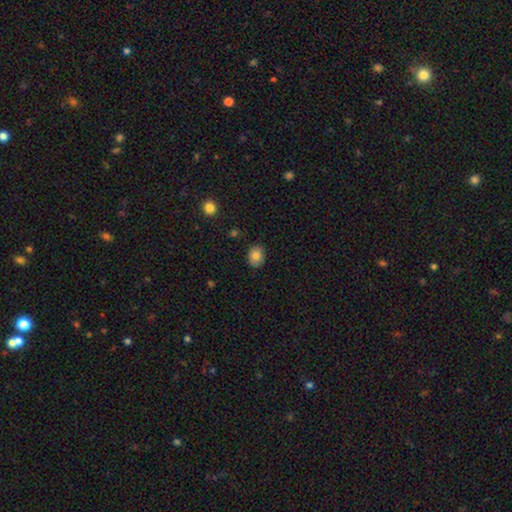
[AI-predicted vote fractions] Morphology: type=smooth (82%); roundness=round (53%); merging=none (85%).